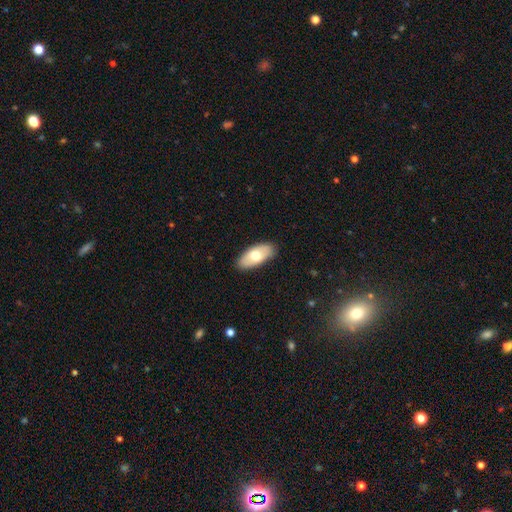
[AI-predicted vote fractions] This appears to be a smooth galaxy with no disk features (69%) that is in between round and cigar-shaped (90%). Merging: none (87%).